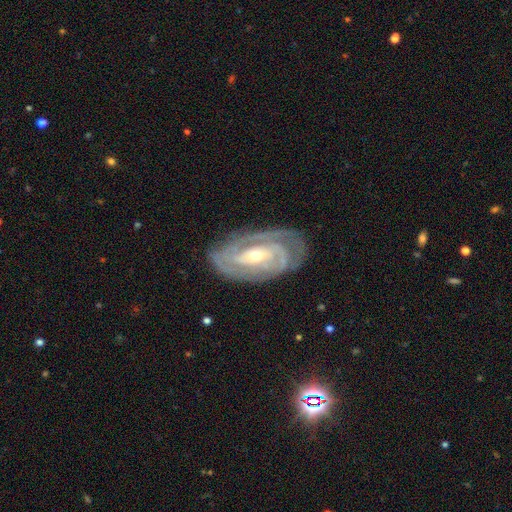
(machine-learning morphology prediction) featured or disk 88%, smooth 7%, star or artifact 5%. Down the decision tree: edge-on disk — no (94%); bar — weak (36%); spiral arms — yes (96%); spiral arm count — 2 (41%); spiral winding — tight (73%); bulge size — small (51%); merging — none (78%).